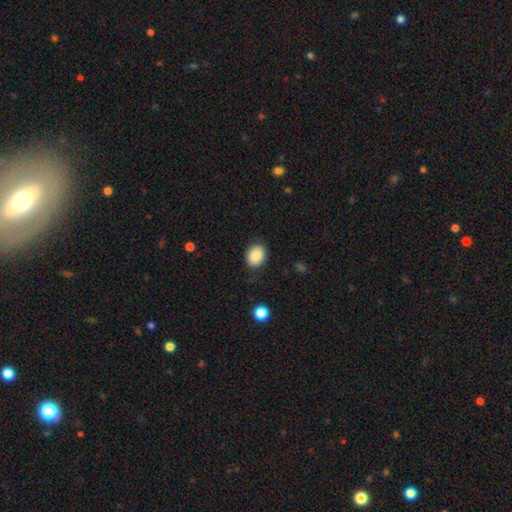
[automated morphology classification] This appears to be a smooth galaxy with no disk features (86%) that is in between round and cigar-shaped (53%). Merging: none (84%).